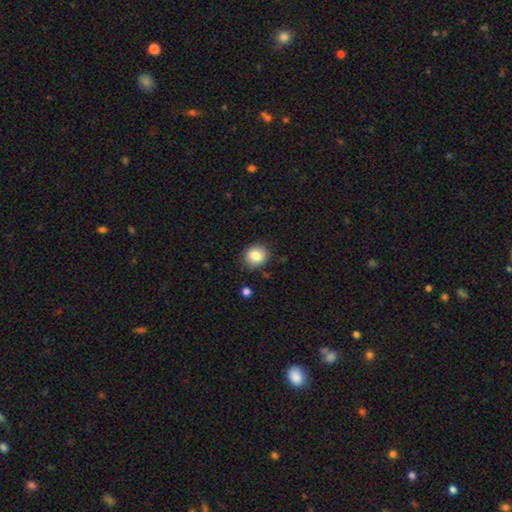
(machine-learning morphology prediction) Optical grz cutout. It shows a smooth galaxy with no disk features (84%) that is round (80%). Merging: none (87%).